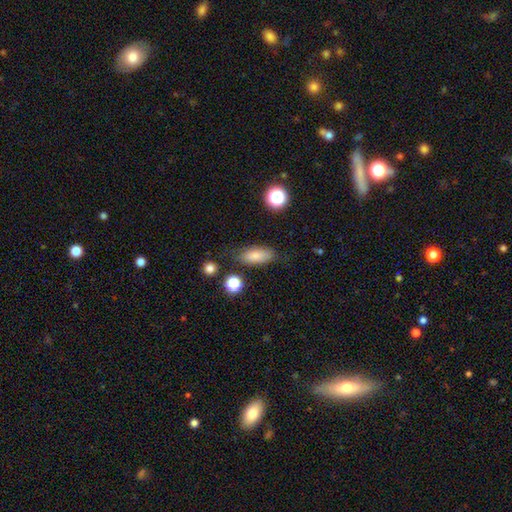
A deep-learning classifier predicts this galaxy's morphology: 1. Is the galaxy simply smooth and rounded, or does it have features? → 80% smooth, 10% featured or disk, 10% star or artifact.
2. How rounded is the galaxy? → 79% in between, 17% cigar-shaped, 5% round.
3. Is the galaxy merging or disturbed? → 77% none, 15% minor disturbance, 5% major disturbance, 3% merger.